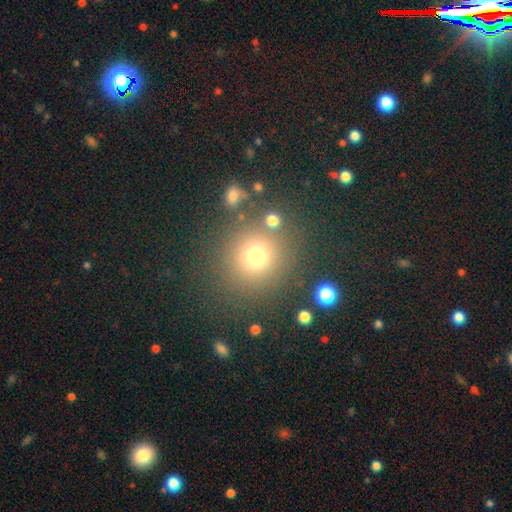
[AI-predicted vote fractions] Q: Smooth or featured?
A: smooth (72%); runner-up: star or artifact (19%)
Q: How rounded?
A: round (90%); runner-up: in between (9%)
Q: Merging?
A: none (82%); runner-up: minor disturbance (8%)